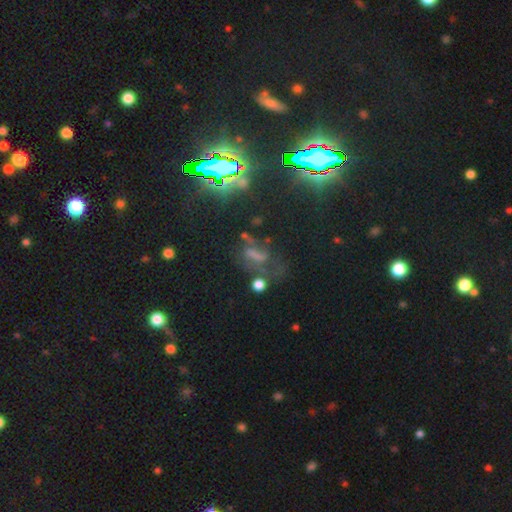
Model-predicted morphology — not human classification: This appears to be a star or artifact, not a galaxy (43%).